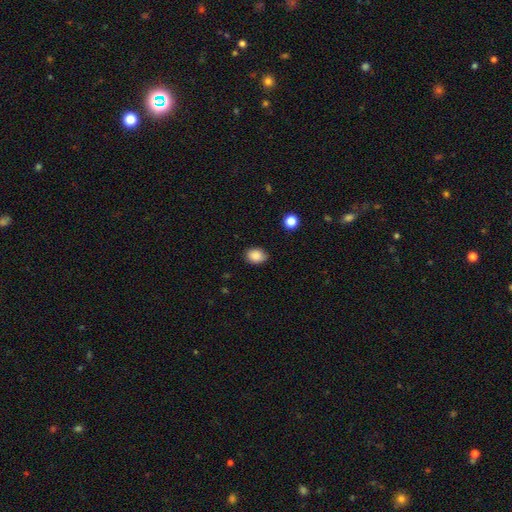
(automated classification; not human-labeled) Smooth or featured? smooth (87%)
How rounded? in between (63%)
Merging? none (77%)